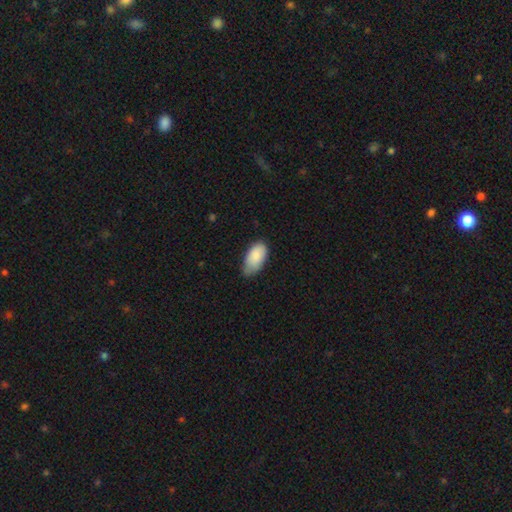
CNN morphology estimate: Q: Smooth or featured?
A: smooth (86%); runner-up: featured or disk (8%)
Q: How rounded?
A: in between (94%); runner-up: round (3%)
Q: Merging?
A: none (51%); runner-up: minor disturbance (41%)